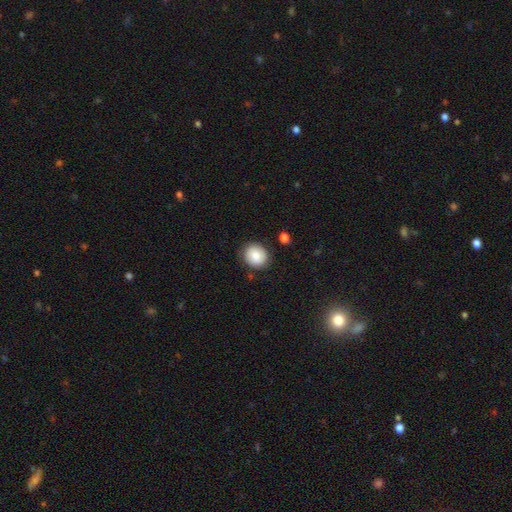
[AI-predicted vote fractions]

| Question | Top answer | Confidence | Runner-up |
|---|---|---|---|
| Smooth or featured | smooth | 80% | featured or disk (12%) |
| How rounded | round | 84% | in between (15%) |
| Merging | none | 85% | minor disturbance (10%) |